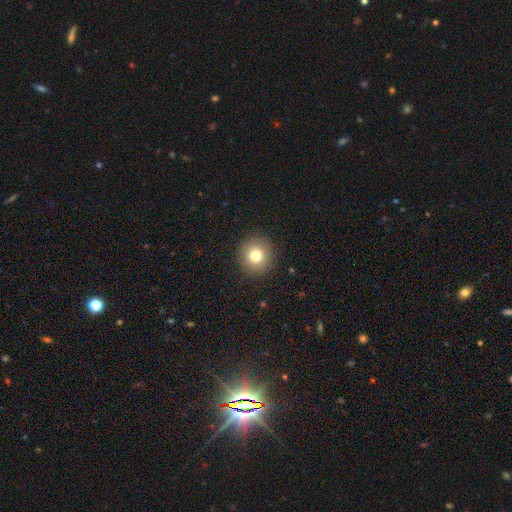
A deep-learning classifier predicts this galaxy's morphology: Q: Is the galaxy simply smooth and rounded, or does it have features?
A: smooth — 79%.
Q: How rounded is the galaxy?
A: round — 93%.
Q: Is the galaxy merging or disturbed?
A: none — 91%.